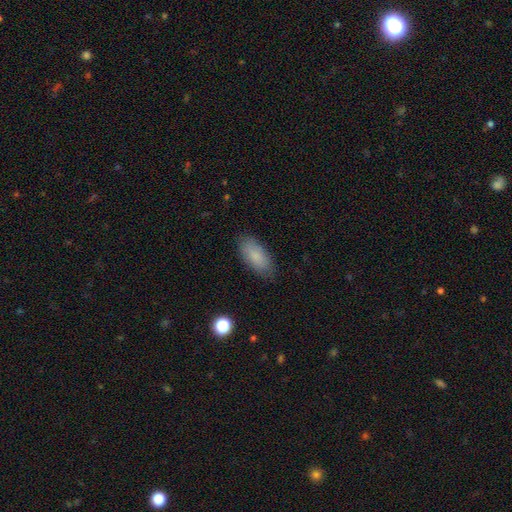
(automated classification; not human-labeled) smooth 84%, featured or disk 9%, star or artifact 7%. Down the decision tree: how rounded — in between (88%); merging — none (83%).